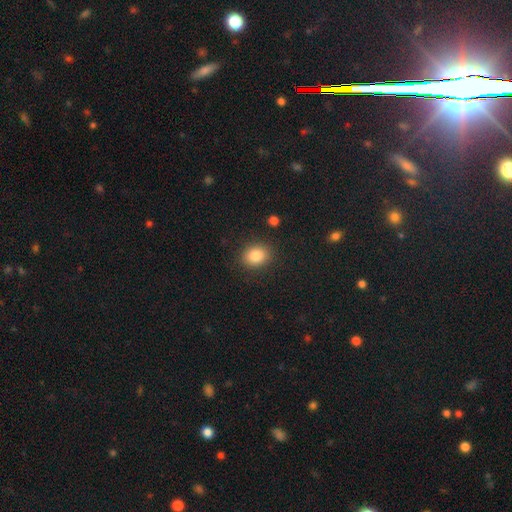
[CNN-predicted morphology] Q: Smooth or featured?
A: smooth (84%); runner-up: star or artifact (10%)
Q: How rounded?
A: round (52%); runner-up: in between (47%)
Q: Merging?
A: none (87%); runner-up: minor disturbance (8%)